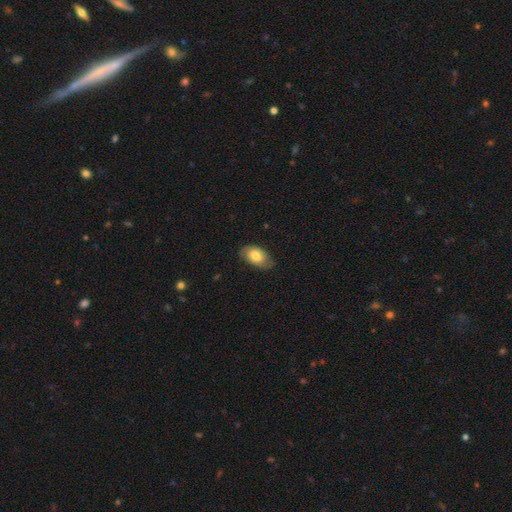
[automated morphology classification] A smooth galaxy with no disk features (71%) that is in between round and cigar-shaped (92%). Merging: none (75%).